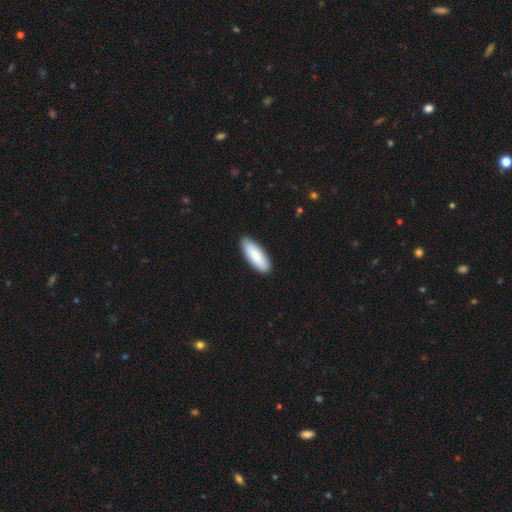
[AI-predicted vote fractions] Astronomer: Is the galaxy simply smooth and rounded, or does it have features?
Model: smooth — 87%.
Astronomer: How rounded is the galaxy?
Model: in between — 64%.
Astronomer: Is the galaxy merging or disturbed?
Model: none — 88%.